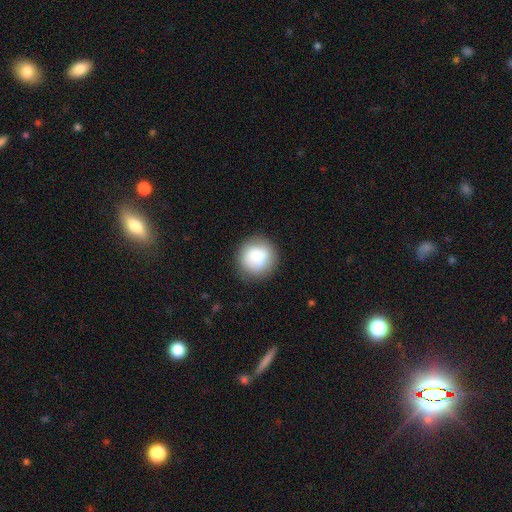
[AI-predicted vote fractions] Smooth or featured: smooth — 78% (featured or disk — 13%)
How rounded: round — 93% (in between — 6%)
Merging: none — 82% (minor disturbance — 12%)